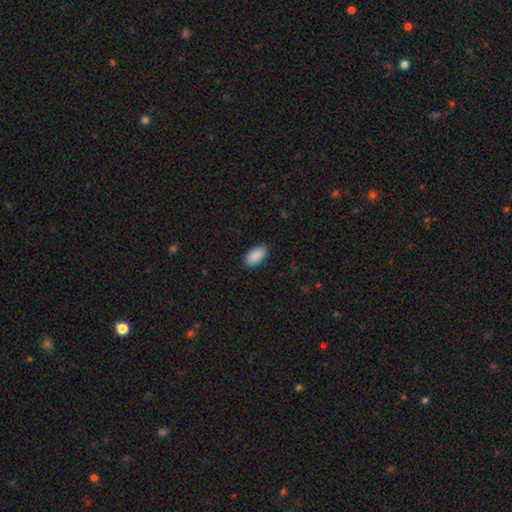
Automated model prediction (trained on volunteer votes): smooth_or_featured: smooth (p=0.91) [alt: star or artifact p=0.06]
how_rounded: in between (p=0.95) [alt: cigar-shaped p=0.03]
merging: none (p=0.90) [alt: minor disturbance p=0.07]